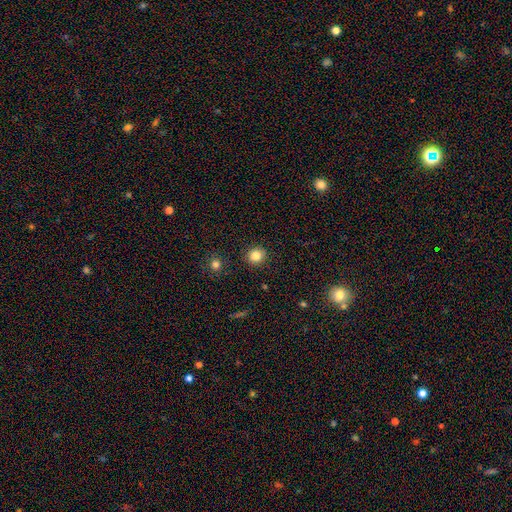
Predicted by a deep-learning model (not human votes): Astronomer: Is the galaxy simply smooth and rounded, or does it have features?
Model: smooth — 84%.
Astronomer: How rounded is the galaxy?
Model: round — 87%.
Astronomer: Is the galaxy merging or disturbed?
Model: none — 91%.